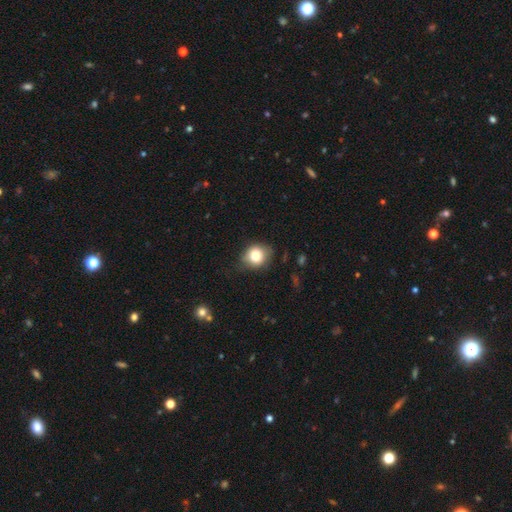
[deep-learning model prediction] smooth 81%, star or artifact 9%, featured or disk 9%. Down the decision tree: how rounded — round (74%); merging — none (71%).